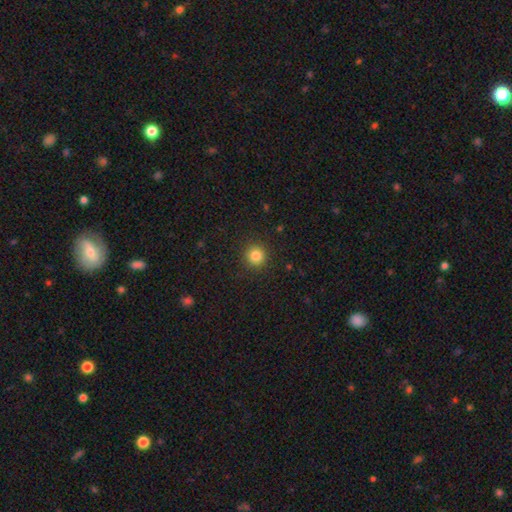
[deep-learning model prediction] Smooth or featured: smooth — 84% (star or artifact — 12%)
How rounded: round — 94% (in between — 5%)
Merging: none — 91% (minor disturbance — 6%)